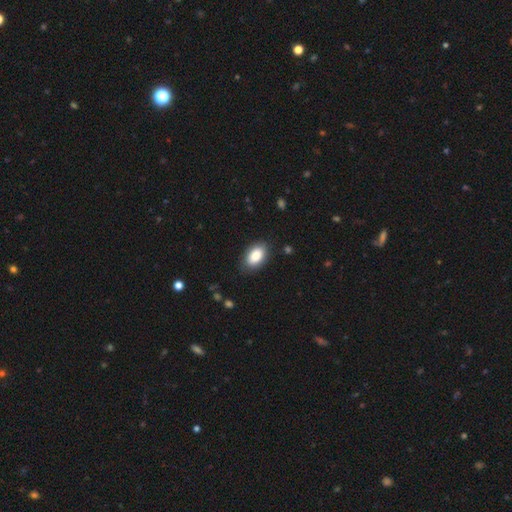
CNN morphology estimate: Smooth or featured? smooth (86%)
How rounded? in between (93%)
Merging? none (85%)